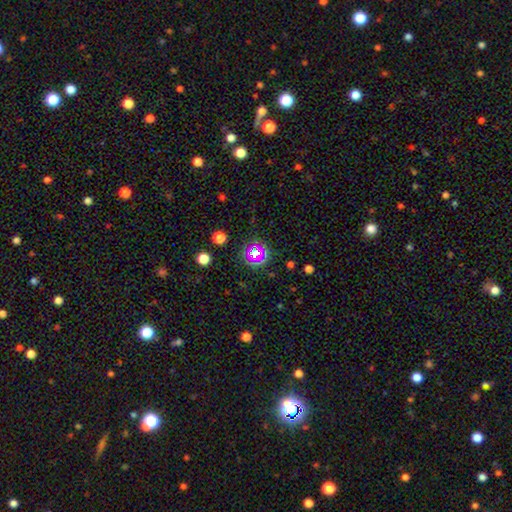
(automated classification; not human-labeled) Smooth or featured: star or artifact — 58% (smooth — 31%)